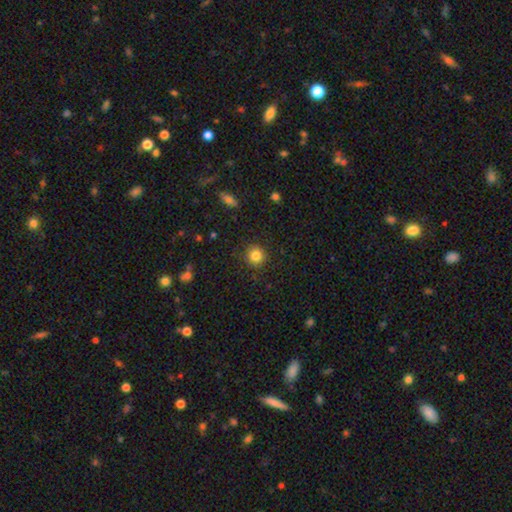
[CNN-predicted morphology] A smooth galaxy with no disk features (84%) that is round (92%). Merging: none (89%).